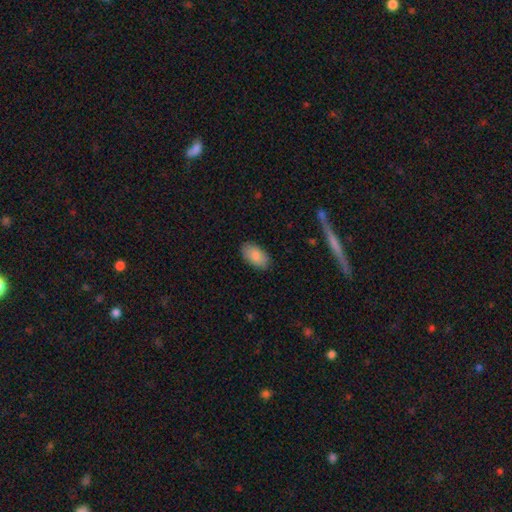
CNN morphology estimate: Smooth or featured? smooth (86%)
How rounded? in between (94%)
Merging? none (86%)